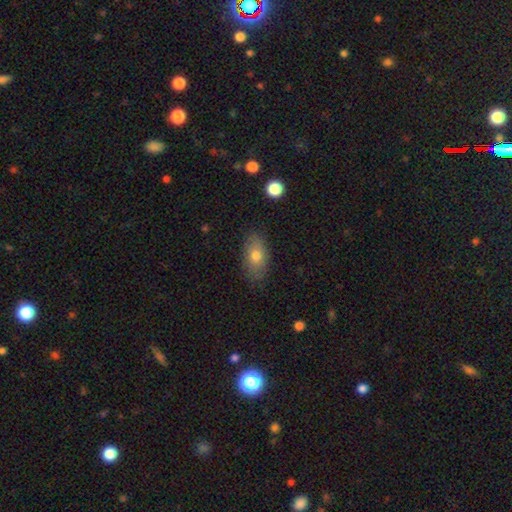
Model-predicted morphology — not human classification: Overall: smooth (75%). How rounded: in between (89%). Merging: none (81%).